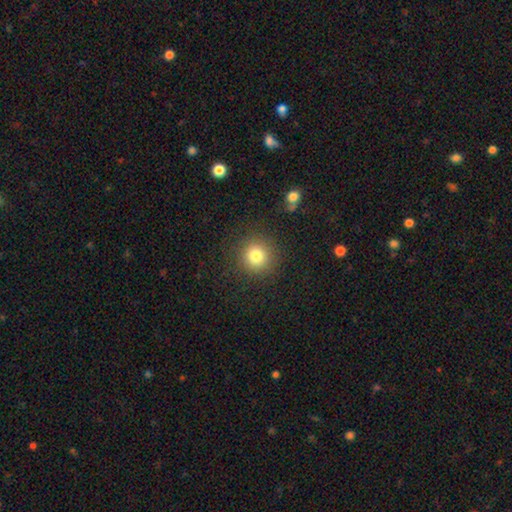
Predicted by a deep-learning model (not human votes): Q: Smooth or featured?
A: smooth (81%); runner-up: star or artifact (12%)
Q: How rounded?
A: round (92%); runner-up: in between (7%)
Q: Merging?
A: none (88%); runner-up: minor disturbance (7%)